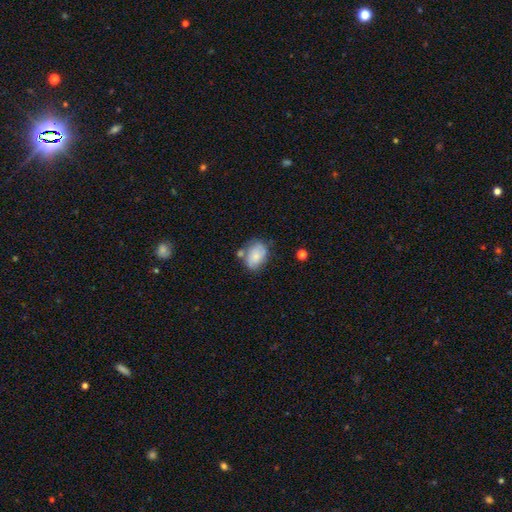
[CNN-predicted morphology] The model was most divided on "merging": none: 51%, minor disturbance: 26%, merger: 15%, major disturbance: 8%. More confident: how rounded — in between (80%); smooth or featured — smooth (68%).